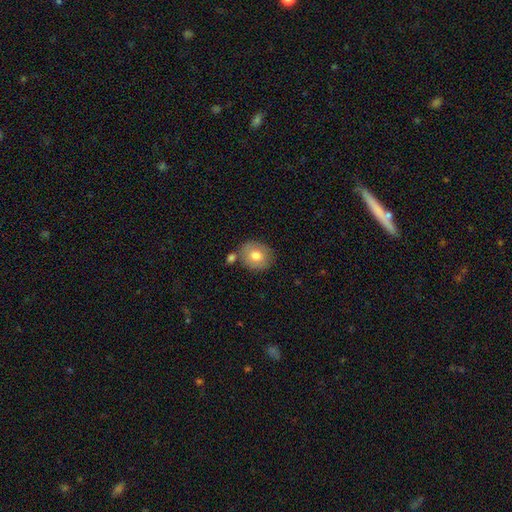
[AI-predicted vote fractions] Q: Smooth or featured?
A: smooth (77%); runner-up: featured or disk (16%)
Q: How rounded?
A: round (73%); runner-up: in between (26%)
Q: Merging?
A: none (70%); runner-up: minor disturbance (14%)